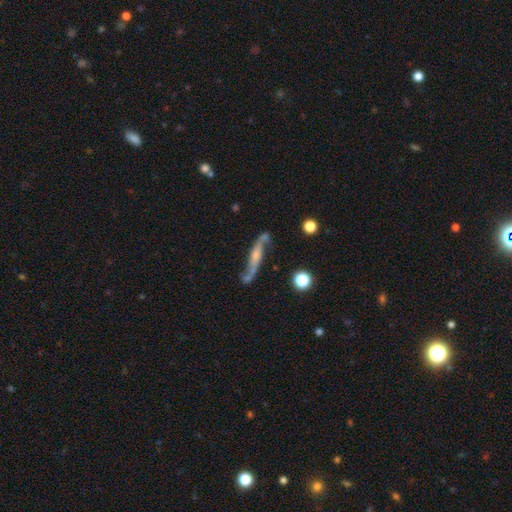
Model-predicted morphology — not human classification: This appears to be a featured or disk galaxy (75%). Merging: none (61%).